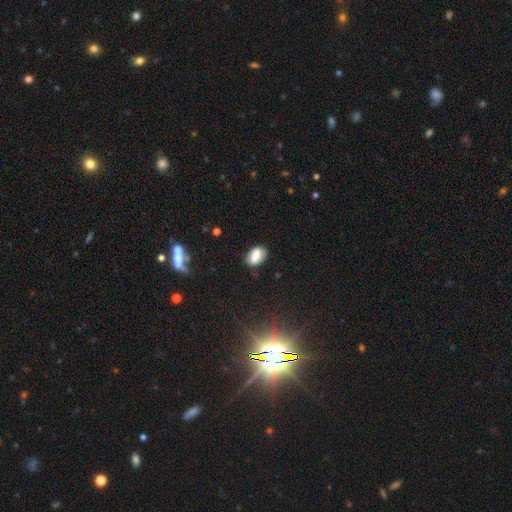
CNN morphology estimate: Q: Smooth or featured?
A: smooth (75%); runner-up: featured or disk (15%)
Q: How rounded?
A: in between (88%); runner-up: round (9%)
Q: Merging?
A: none (78%); runner-up: minor disturbance (16%)